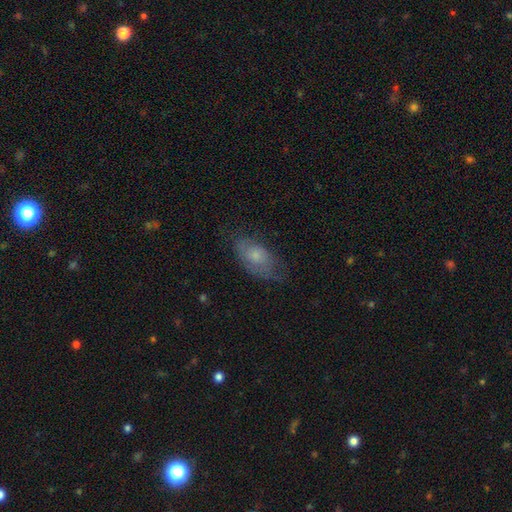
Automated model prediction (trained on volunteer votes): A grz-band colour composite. It shows a smooth galaxy with no disk features (58%) that is in between round and cigar-shaped (89%). Merging: none (58%).